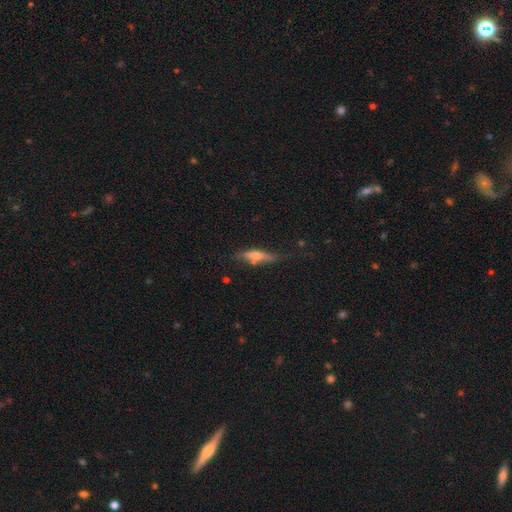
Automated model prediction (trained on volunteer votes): smooth_or_featured: featured or disk (p=0.50) [alt: smooth p=0.42]
disk_edge_on: yes (p=0.89) [alt: no p=0.11]
merging: none (p=0.65) [alt: minor disturbance p=0.22]